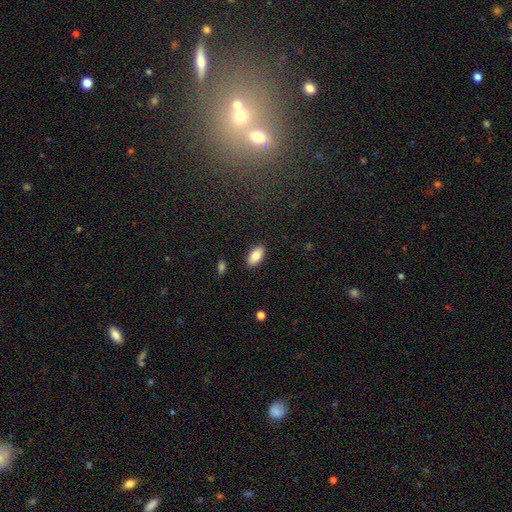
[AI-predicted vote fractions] Smooth or featured? smooth (87%)
How rounded? in between (92%)
Merging? none (89%)